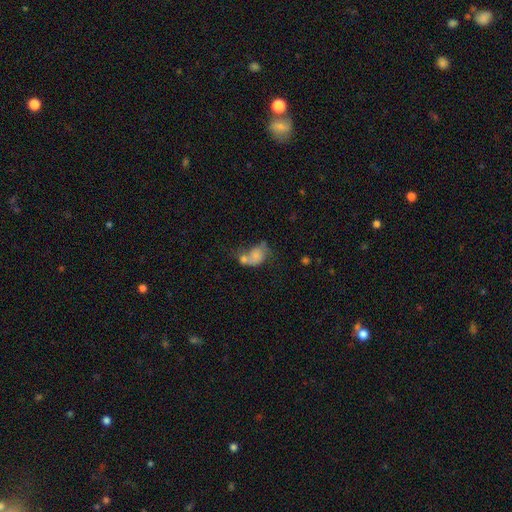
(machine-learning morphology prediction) type=smooth (63%); roundness=in between (71%); merging=merger (55%).